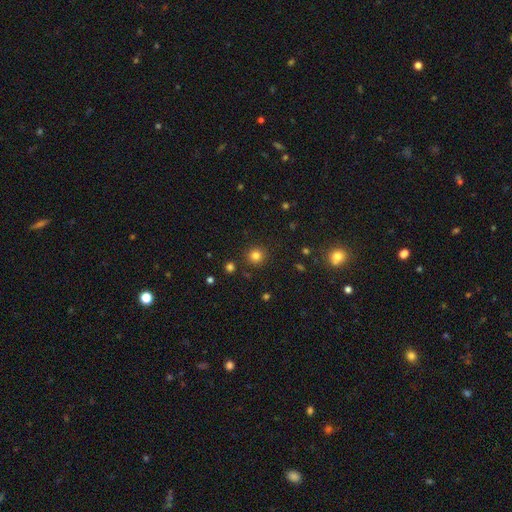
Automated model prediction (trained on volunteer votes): This appears to be a smooth galaxy with no disk features (80%) that is round (94%). Merging: none (90%).